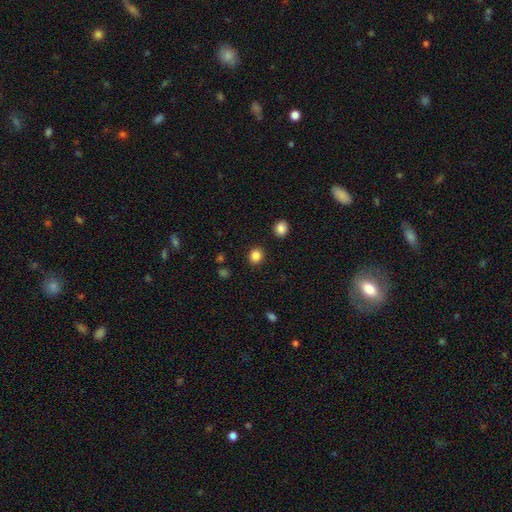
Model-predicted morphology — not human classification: smooth_or_featured: smooth (p=0.85) [alt: star or artifact p=0.11]
how_rounded: round (p=0.79) [alt: in between p=0.20]
merging: none (p=0.90) [alt: minor disturbance p=0.06]